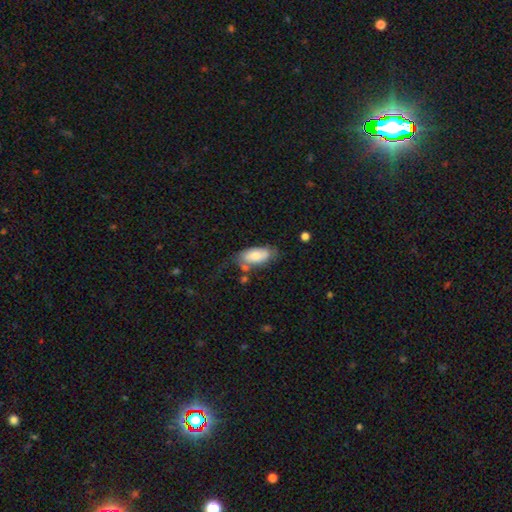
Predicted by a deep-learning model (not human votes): Smooth or featured? smooth (72%)
How rounded? in between (91%)
Merging? none (48%)